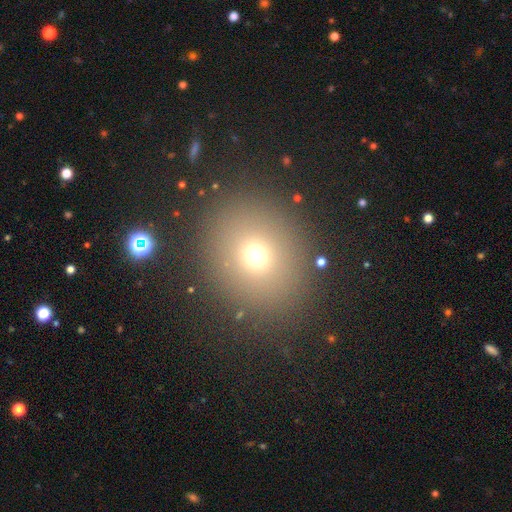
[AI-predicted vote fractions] This is likely a smooth galaxy (69%). How rounded: likely round (77%). Merging: clearly none (86%).